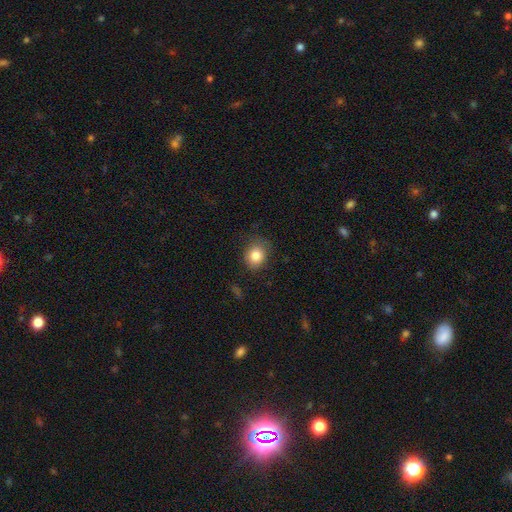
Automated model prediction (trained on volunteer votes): This is clearly a smooth galaxy (83%). How rounded: likely round (67%). Merging: likely none (77%).